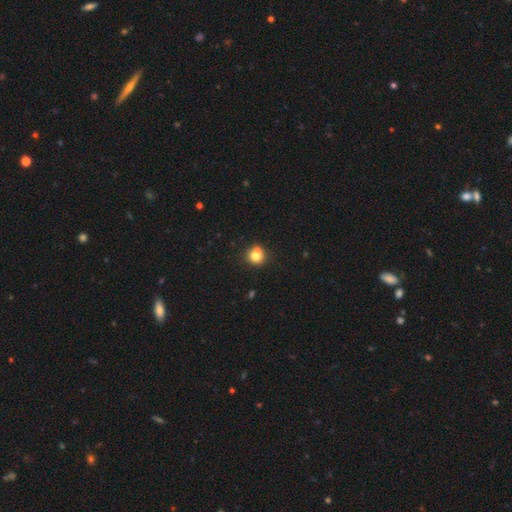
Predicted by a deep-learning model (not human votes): A smooth galaxy with no disk features (79%) that is round (91%). Merging: none (68%).